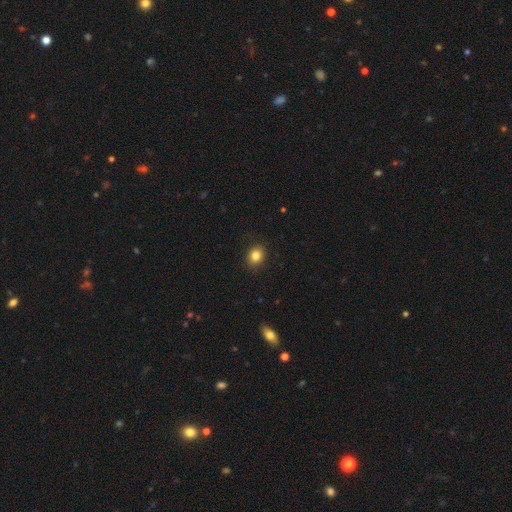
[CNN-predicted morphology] A smooth galaxy with no disk features (83%) that is round (60%).

Vote fractions:
- Smooth or featured? smooth: 83% / star or artifact: 11% / featured or disk: 6%
- How rounded? round: 60% / in between: 39% / cigar-shaped: 1%
- Merging? none: 89% / minor disturbance: 8% / major disturbance: 2% / merger: 1%